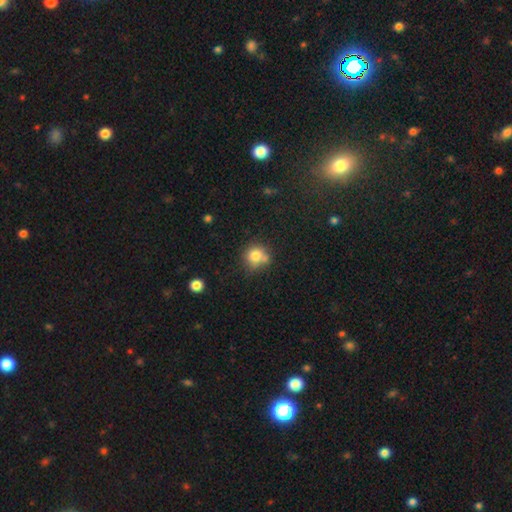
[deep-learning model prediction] Overall: smooth (79%). How rounded: round (86%). Merging: none (57%; merger 20%).